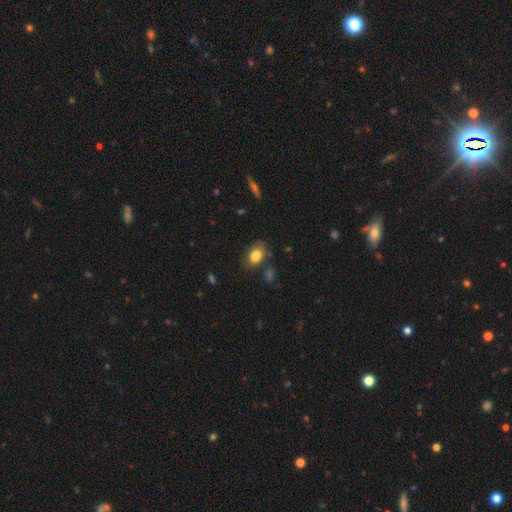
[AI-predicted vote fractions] Overall: smooth (83%). How rounded: in between (82%). Merging: none (73%).